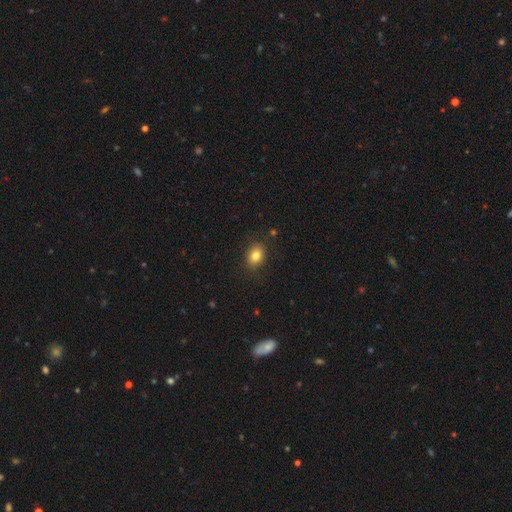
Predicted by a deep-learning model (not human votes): Q: Smooth or featured?
A: smooth (82%); runner-up: star or artifact (10%)
Q: How rounded?
A: in between (65%); runner-up: round (34%)
Q: Merging?
A: none (86%); runner-up: minor disturbance (10%)